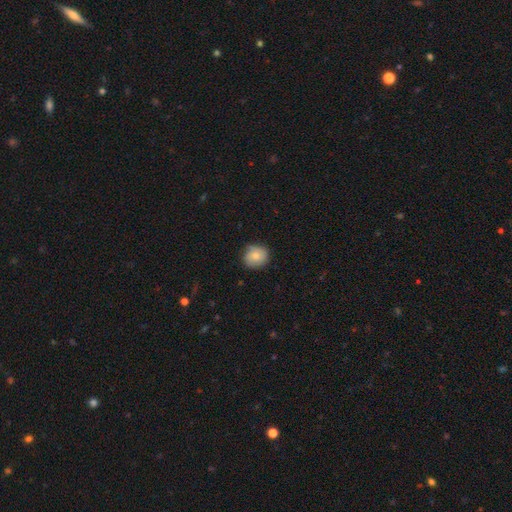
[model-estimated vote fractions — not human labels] Morphology: type=smooth (72%); roundness=round (83%); merging=none (76%).